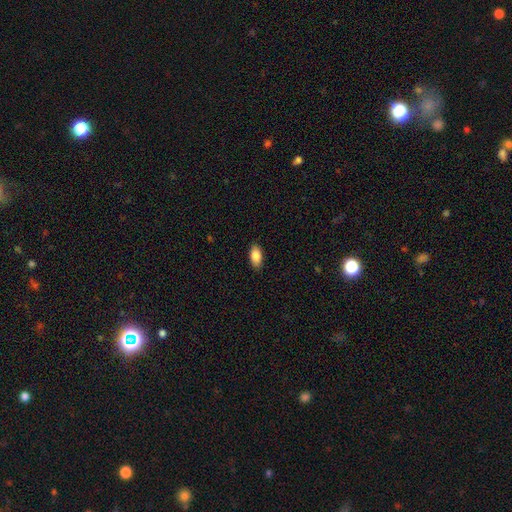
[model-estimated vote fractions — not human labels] A smooth galaxy with no disk features (87%) that is in between round and cigar-shaped (91%). Merging: none (88%).